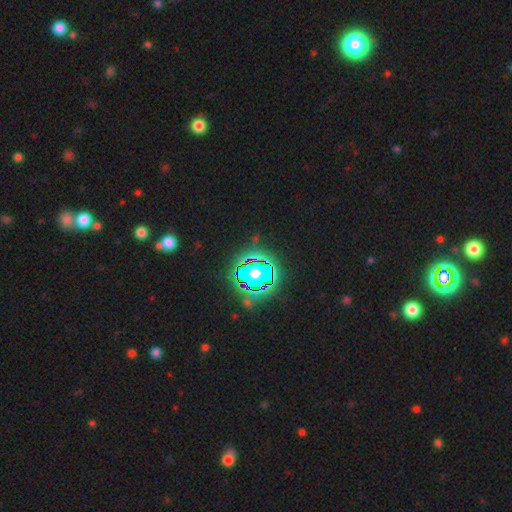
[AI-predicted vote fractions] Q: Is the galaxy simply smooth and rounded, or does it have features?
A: star or artifact — 82%.